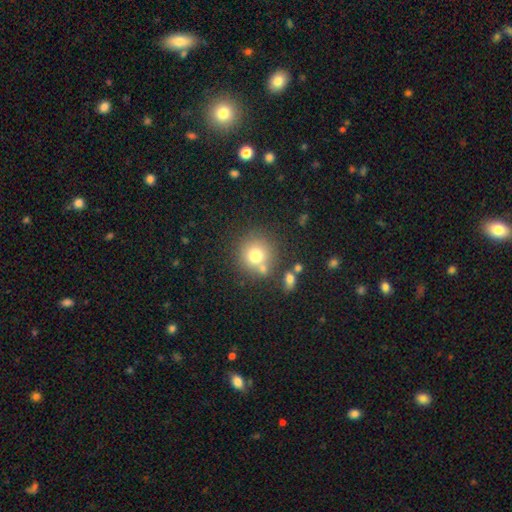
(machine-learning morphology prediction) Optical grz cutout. It shows a smooth galaxy with no disk features (75%) that is round (90%). Merging: none (68%).